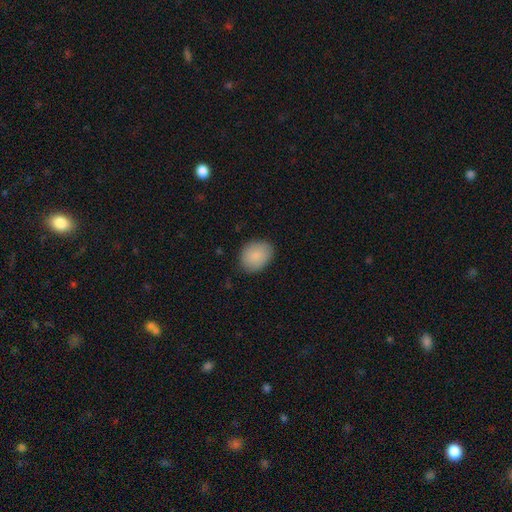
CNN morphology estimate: Overall: smooth (88%). How rounded: in between (53%; round 46%). Merging: none (84%).